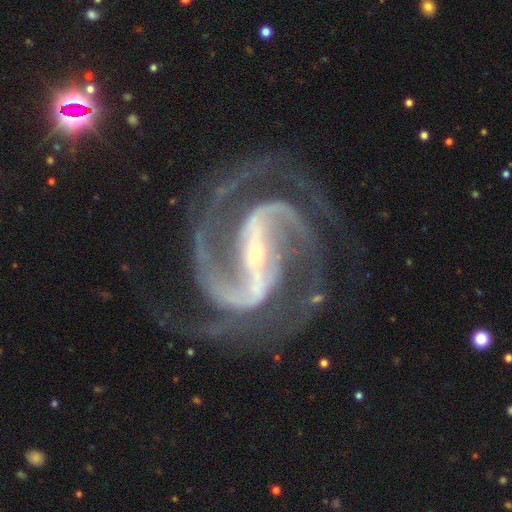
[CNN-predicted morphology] Overall: featured or disk (94%). Edge-on disk: no (98%). Bar: strong (79%). Spiral arms: yes (99%). Spiral arm count: 2 (83%). Spiral winding: medium (61%; tight 28%). Bulge size: small (83%). Merging: none (74%).